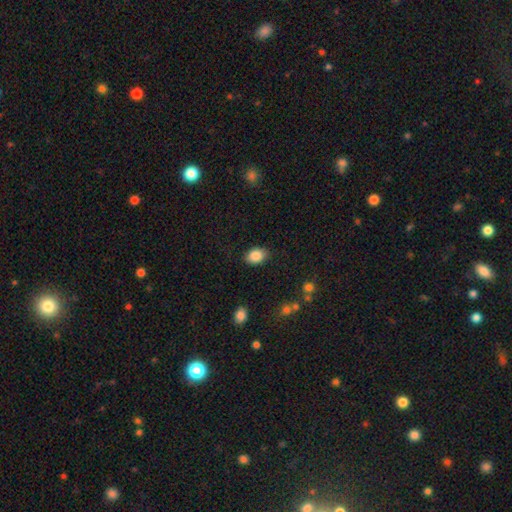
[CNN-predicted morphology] Smooth or featured? Predicted: smooth (p=0.86). How rounded? Predicted: in between (p=0.77). Merging? Predicted: none (p=0.85).